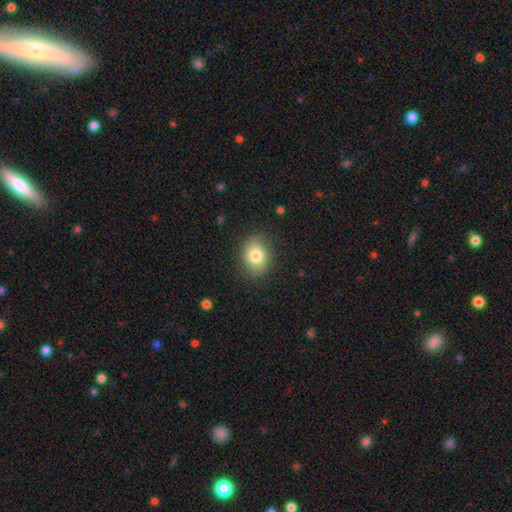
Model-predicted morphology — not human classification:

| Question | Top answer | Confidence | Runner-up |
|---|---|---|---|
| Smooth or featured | smooth | 80% | featured or disk (12%) |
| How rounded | in between | 57% | round (42%) |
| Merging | none | 84% | minor disturbance (12%) |